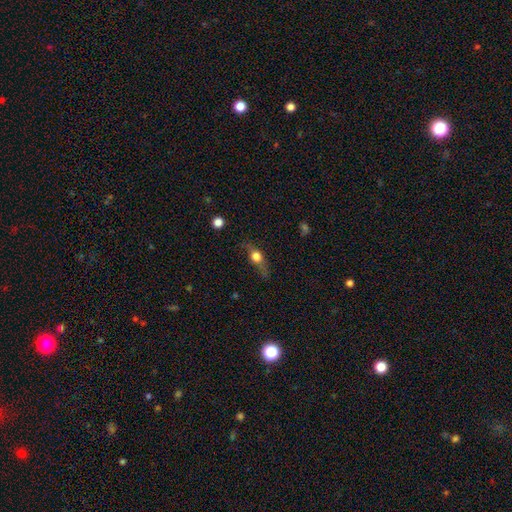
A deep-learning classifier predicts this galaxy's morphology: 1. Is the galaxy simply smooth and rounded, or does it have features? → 52% smooth, 37% featured or disk, 11% star or artifact.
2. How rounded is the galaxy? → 40% in between, 33% round, 28% cigar-shaped.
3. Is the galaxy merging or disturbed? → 58% none, 23% minor disturbance, 16% major disturbance, 3% merger.